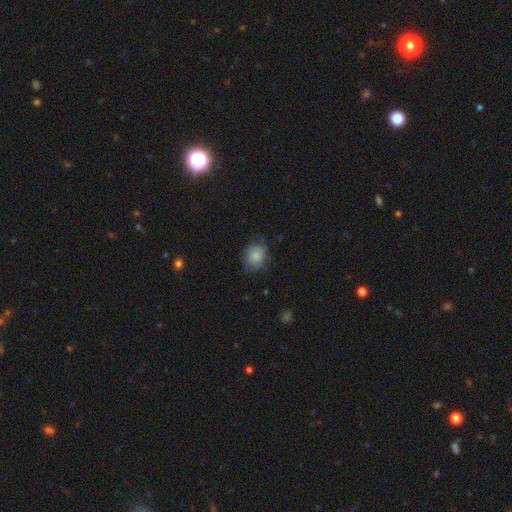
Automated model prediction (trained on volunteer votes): Smooth or featured?
  - smooth: 82% *
  - featured or disk: 10%
  - star or artifact: 8%
How rounded?
  - round: 68% *
  - in between: 31%
  - cigar-shaped: 1%
Merging?
  - none: 66% *
  - minor disturbance: 26%
  - major disturbance: 7%
  - merger: 1%